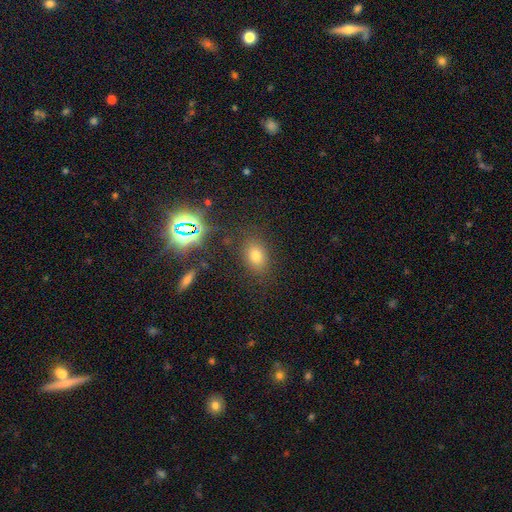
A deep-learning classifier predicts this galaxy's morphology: smooth_or_featured: smooth (p=0.64) [alt: star or artifact p=0.26]
how_rounded: in between (p=0.69) [alt: round p=0.29]
merging: none (p=0.83) [alt: minor disturbance p=0.10]